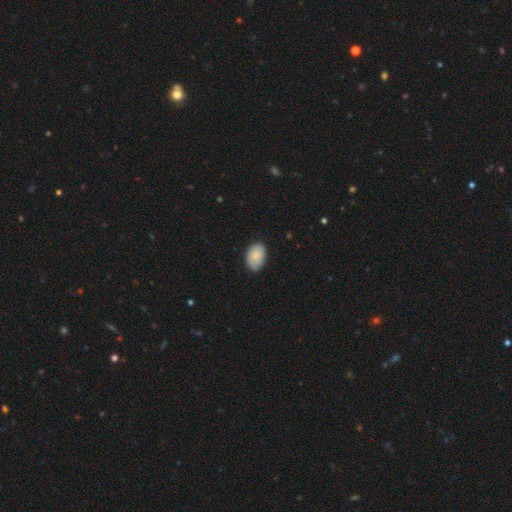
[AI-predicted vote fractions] Smooth or featured: smooth — 83% (featured or disk — 11%)
How rounded: in between — 88% (round — 11%)
Merging: none — 72% (minor disturbance — 24%)